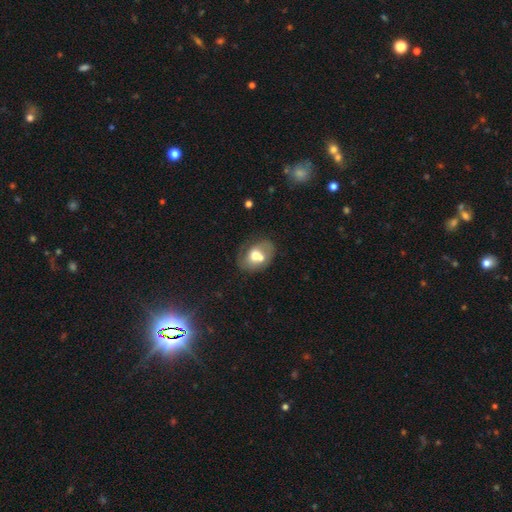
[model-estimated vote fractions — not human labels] Q: Smooth or featured?
A: smooth (56%); runner-up: featured or disk (36%)
Q: How rounded?
A: in between (69%); runner-up: round (30%)
Q: Merging?
A: none (35%); runner-up: merger (33%)